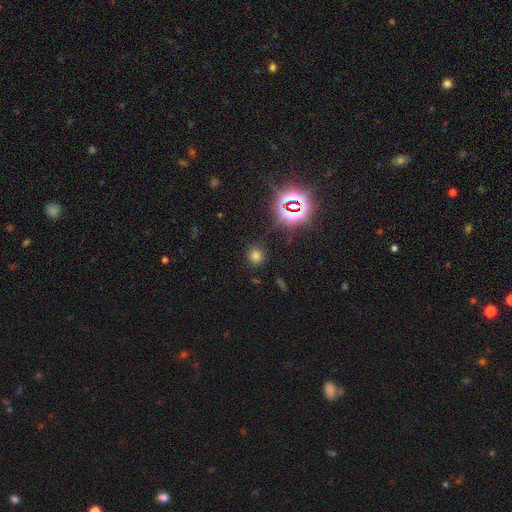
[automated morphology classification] smooth 66%, star or artifact 27%, featured or disk 7%. Down the decision tree: how rounded — round (85%); merging — none (84%).